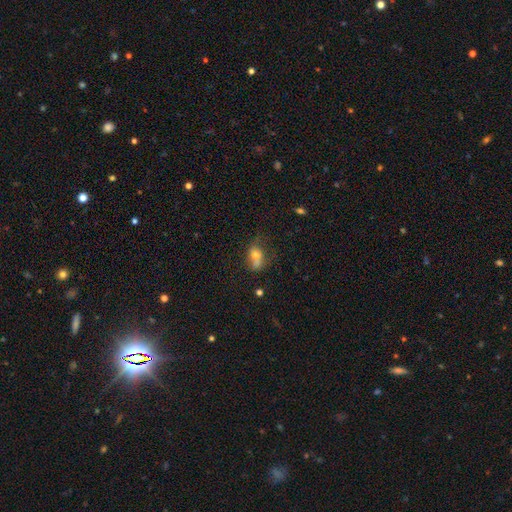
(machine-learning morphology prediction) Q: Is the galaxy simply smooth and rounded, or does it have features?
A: smooth — 70%.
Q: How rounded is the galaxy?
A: in between — 57%.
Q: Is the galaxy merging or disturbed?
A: merger — 40%.